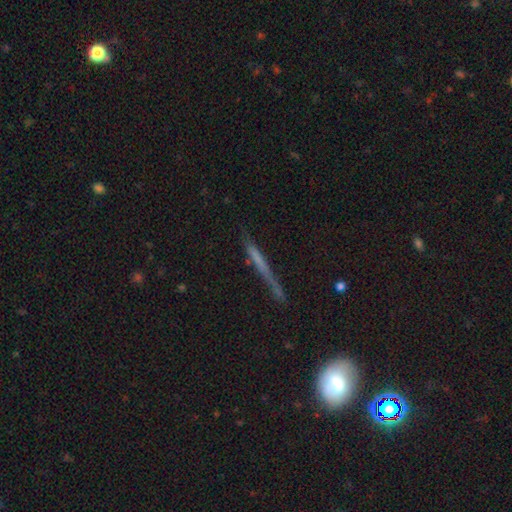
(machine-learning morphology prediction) type=featured or disk (52%); edge-on=yes (90%); merging=none (81%).